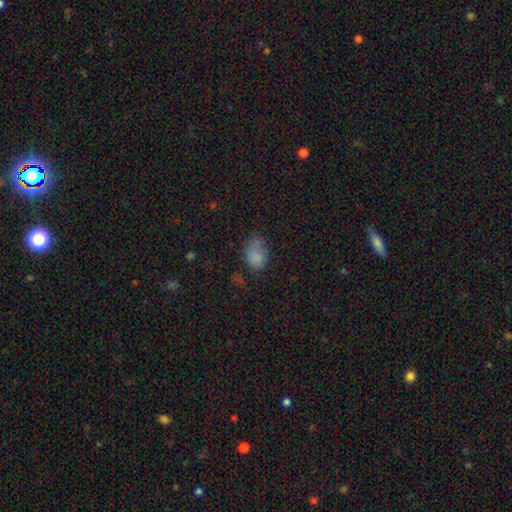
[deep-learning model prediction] smooth-or-featured: smooth: 79% | star or artifact: 13% | featured or disk: 8%
  how-rounded: in between: 83% | round: 16% | cigar-shaped: 1%
  merging: none: 47% | minor disturbance: 32% | major disturbance: 16% | merger: 5%